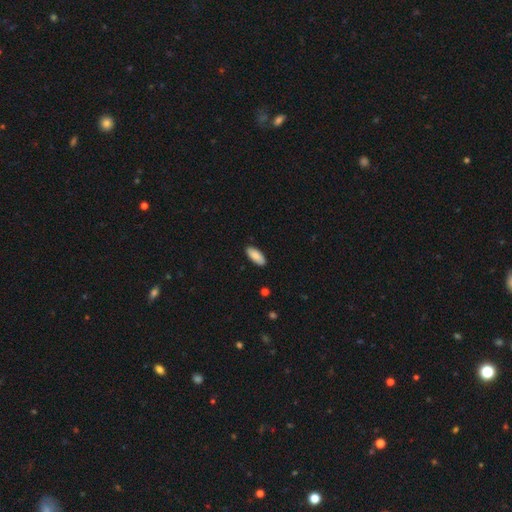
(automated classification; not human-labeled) Smooth or featured?
  - smooth: 89% *
  - star or artifact: 6%
  - featured or disk: 6%
How rounded?
  - in between: 83% *
  - cigar-shaped: 15%
  - round: 2%
Merging?
  - none: 89% *
  - minor disturbance: 8%
  - major disturbance: 2%
  - merger: 1%